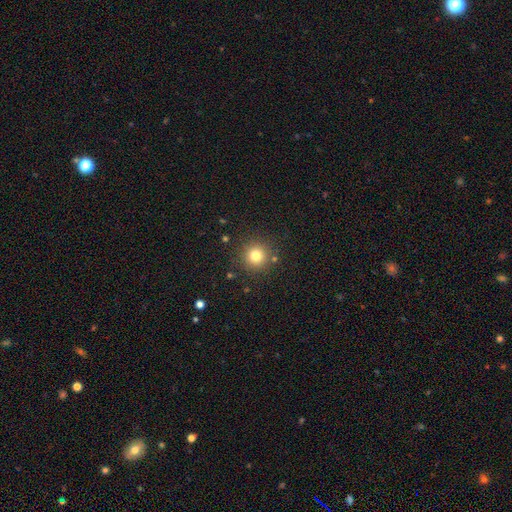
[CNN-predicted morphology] Smooth or featured: smooth — 79% (star or artifact — 14%)
How rounded: round — 95% (in between — 4%)
Merging: none — 88% (minor disturbance — 7%)